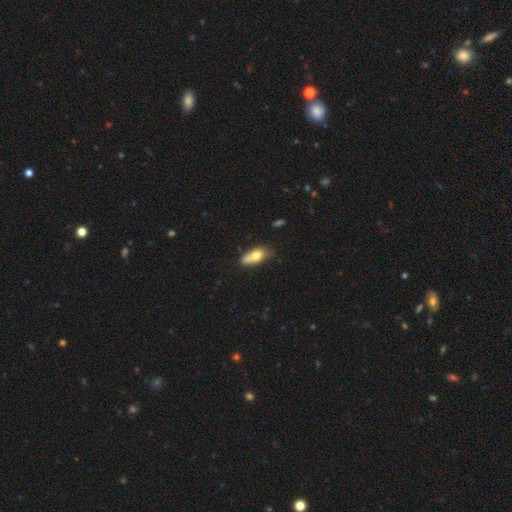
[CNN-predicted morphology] Q: Smooth or featured?
A: smooth (69%); runner-up: featured or disk (23%)
Q: How rounded?
A: in between (79%); runner-up: cigar-shaped (16%)
Q: Merging?
A: none (47%); runner-up: minor disturbance (31%)